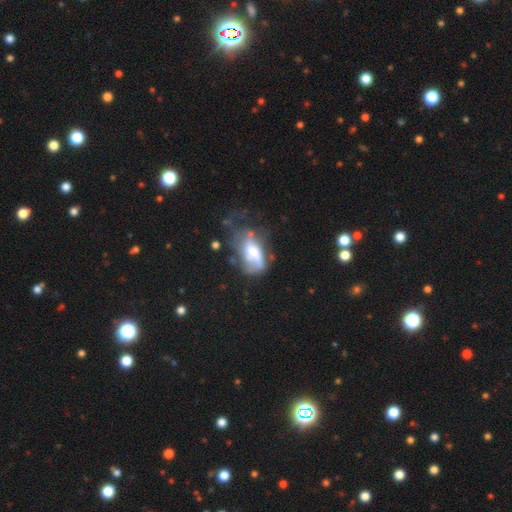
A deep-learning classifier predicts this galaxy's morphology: Smooth or featured?
  - featured or disk: 50% *
  - smooth: 40%
  - star or artifact: 9%
Edge-on disk?
  - no: 92% *
  - yes: 8%
Merging?
  - major disturbance: 38% *
  - none: 26%
  - minor disturbance: 22%
  - merger: 14%